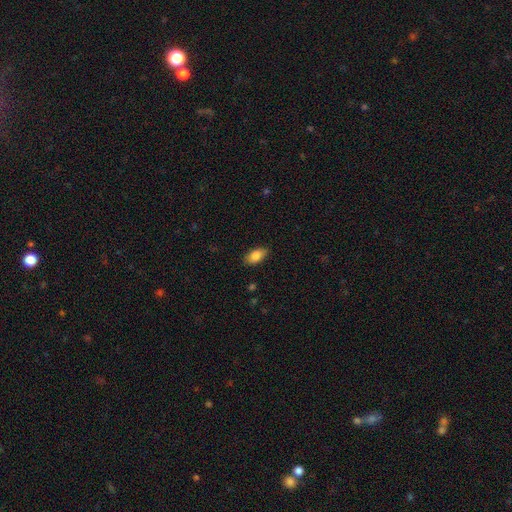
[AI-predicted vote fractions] This is clearly a smooth galaxy (85%). How rounded: clearly in between (92%). Merging: clearly none (86%).